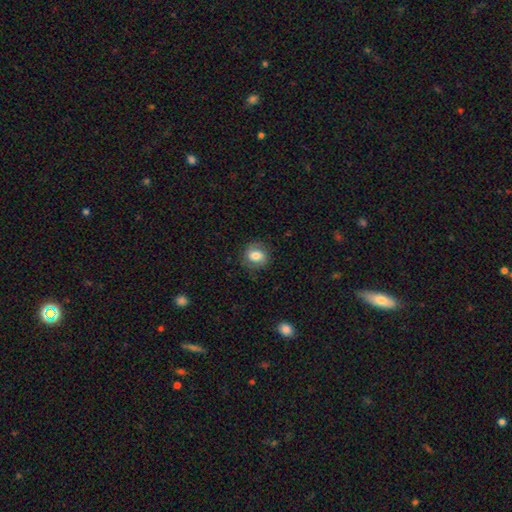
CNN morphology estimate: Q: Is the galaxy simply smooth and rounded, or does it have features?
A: smooth — 74%.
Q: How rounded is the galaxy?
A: round — 65%.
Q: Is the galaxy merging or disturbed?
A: none — 81%.